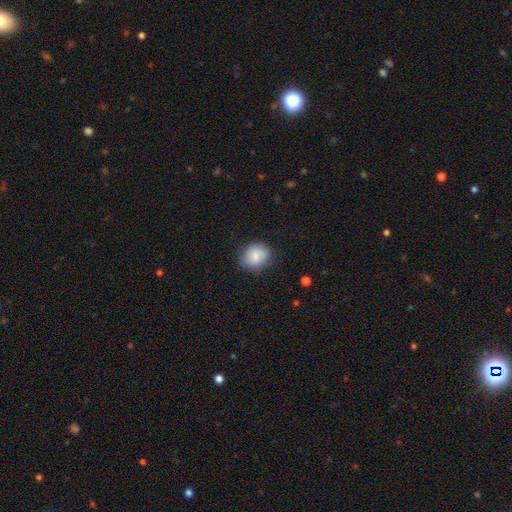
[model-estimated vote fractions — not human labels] This is likely a smooth galaxy (79%). How rounded: likely round (62%). Merging: likely none (78%).